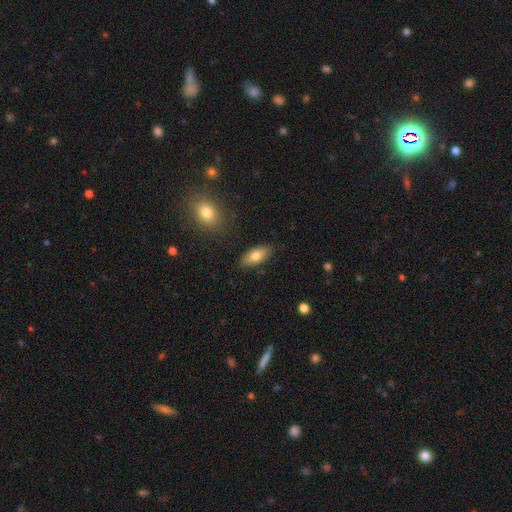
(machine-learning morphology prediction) Smooth or featured: smooth — 75% (featured or disk — 18%)
How rounded: in between — 85% (cigar-shaped — 12%)
Merging: none — 86% (minor disturbance — 10%)